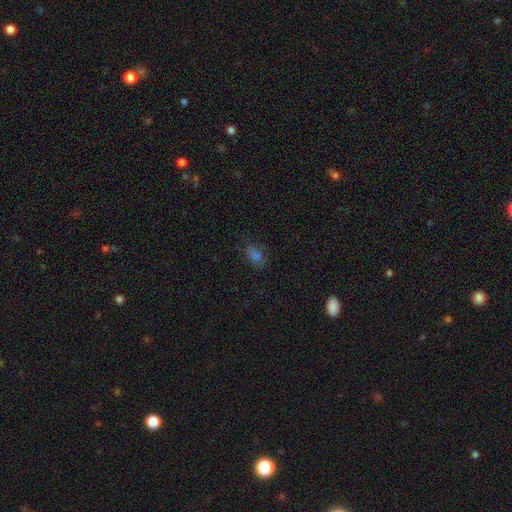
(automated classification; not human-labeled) Overall: smooth (68%). How rounded: in between (77%). Merging: none (77%).